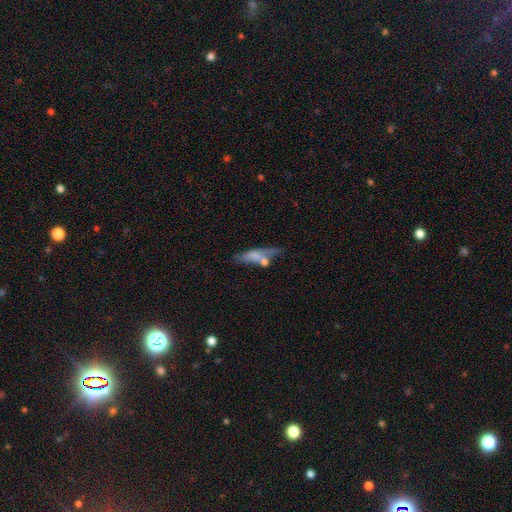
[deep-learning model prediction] Morphology: type=smooth (58%); roundness=in between (48%, tied with cigar-shaped); merging=none (33%).